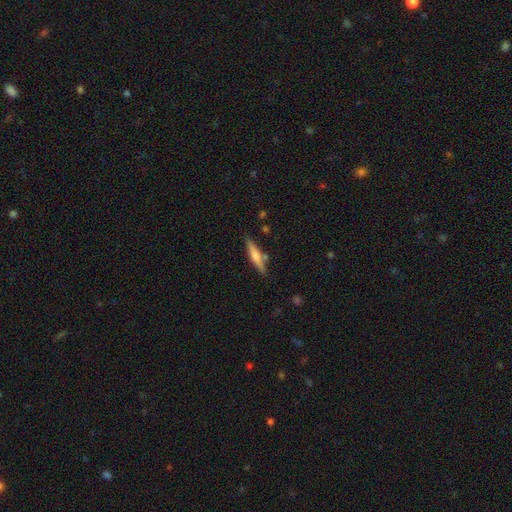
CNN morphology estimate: type=smooth (52%); roundness=cigar-shaped (86%); merging=none (81%).